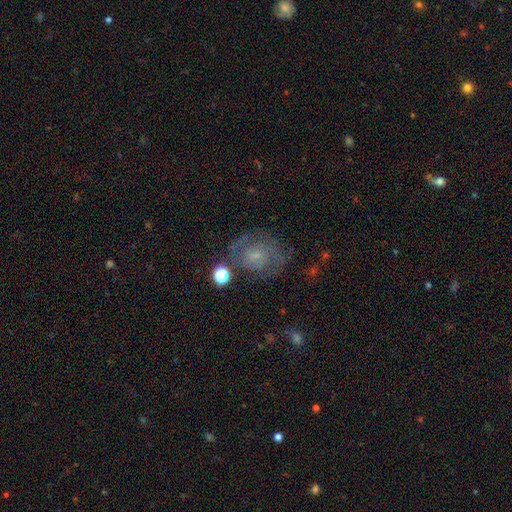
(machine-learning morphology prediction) Overall: featured or disk (60%; smooth 28%). Edge-on disk: no (97%). Bar: no (67%; weak 28%). Spiral arms: yes (81%). Bulge size: small (64%). Merging: none (64%).